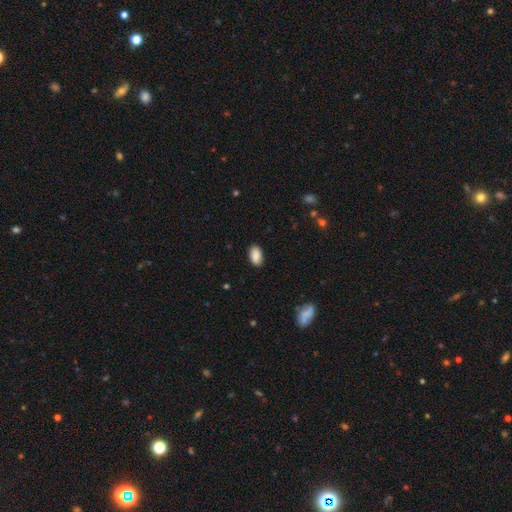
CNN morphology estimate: Smooth or featured? Predicted: smooth (p=0.89). How rounded? Predicted: in between (p=0.93). Merging? Predicted: none (p=0.86).